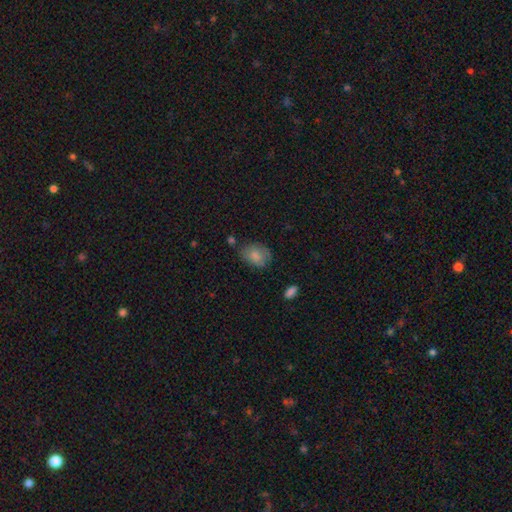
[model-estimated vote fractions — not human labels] A smooth galaxy with no disk features (83%) that is in between round and cigar-shaped (69%). Merging: none (66%).